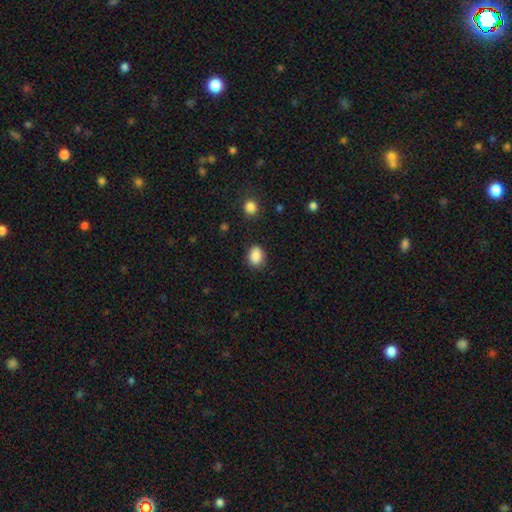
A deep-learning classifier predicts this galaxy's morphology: Q: Smooth or featured?
A: smooth (88%); runner-up: star or artifact (9%)
Q: How rounded?
A: in between (63%); runner-up: round (36%)
Q: Merging?
A: none (83%); runner-up: minor disturbance (12%)